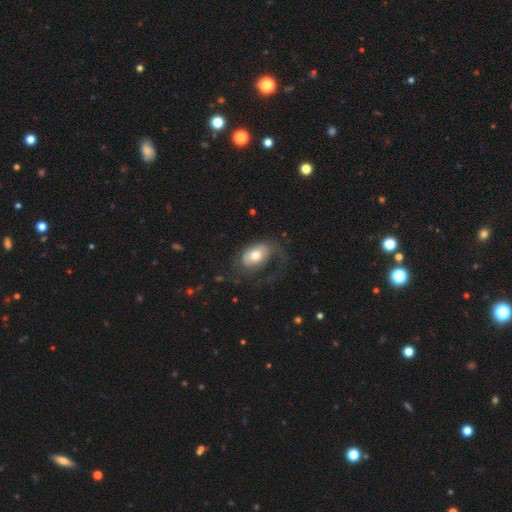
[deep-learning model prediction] A smooth galaxy with no disk features (58%) that is in between round and cigar-shaped (88%).

Vote fractions:
- Smooth or featured? smooth: 58% / featured or disk: 36% / star or artifact: 7%
- How rounded? in between: 88% / round: 10% / cigar-shaped: 2%
- Merging? none: 39% / major disturbance: 37% / minor disturbance: 21% / merger: 2%